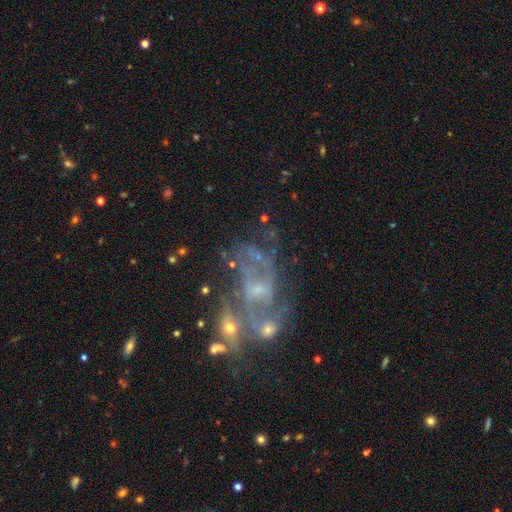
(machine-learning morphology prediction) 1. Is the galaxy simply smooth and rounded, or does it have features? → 75% featured or disk, 13% star or artifact, 12% smooth.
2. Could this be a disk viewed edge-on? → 97% no, 3% yes.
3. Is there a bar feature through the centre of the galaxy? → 43% no, 42% weak, 15% strong.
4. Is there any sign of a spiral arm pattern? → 77% yes, 23% no.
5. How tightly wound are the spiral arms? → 45% medium, 35% loose, 19% tight.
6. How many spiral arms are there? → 54% 2, 24% can't tell, 9% 3, 5% 1, 4% 4, 4% more than 4.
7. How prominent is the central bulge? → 49% small, 25% moderate, 22% none, 3% large, 1% dominant.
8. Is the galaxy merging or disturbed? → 36% merger, 30% none, 20% major disturbance, 14% minor disturbance.